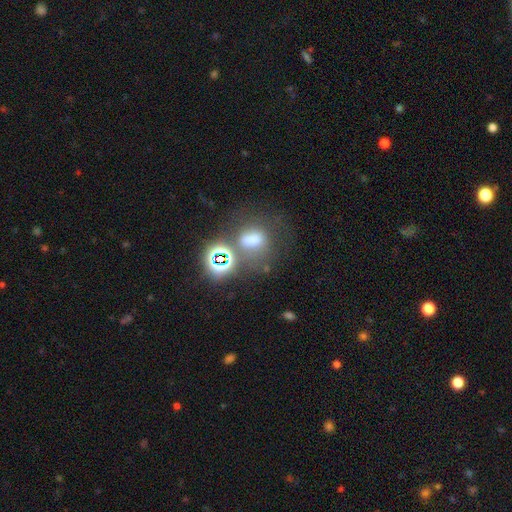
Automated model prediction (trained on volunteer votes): Smooth or featured?
  - star or artifact: 46% *
  - smooth: 37%
  - featured or disk: 18%